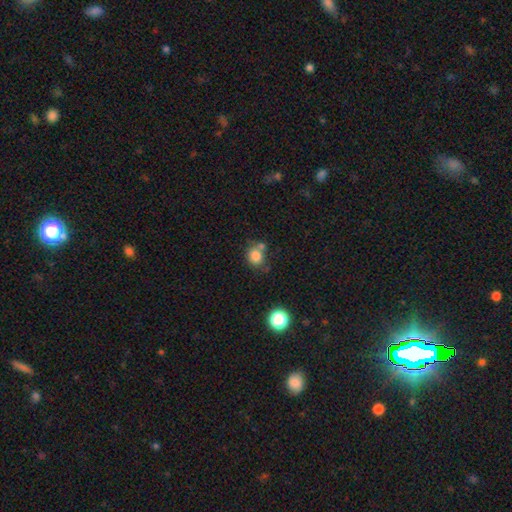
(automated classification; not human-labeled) The model was most divided on "merging": none: 53%, merger: 26%, minor disturbance: 15%, major disturbance: 6%. More confident: smooth or featured — smooth (80%); how rounded — round (65%).